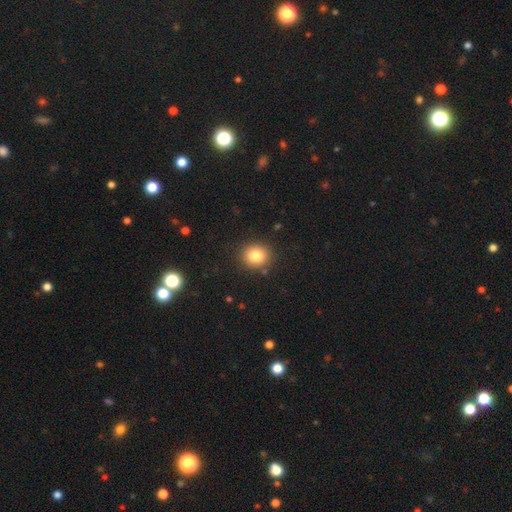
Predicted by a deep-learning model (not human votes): smooth-or-featured: smooth: 81% | star or artifact: 11% | featured or disk: 7%
  how-rounded: round: 82% | in between: 17% | cigar-shaped: 1%
  merging: none: 89% | minor disturbance: 7% | major disturbance: 2% | merger: 2%